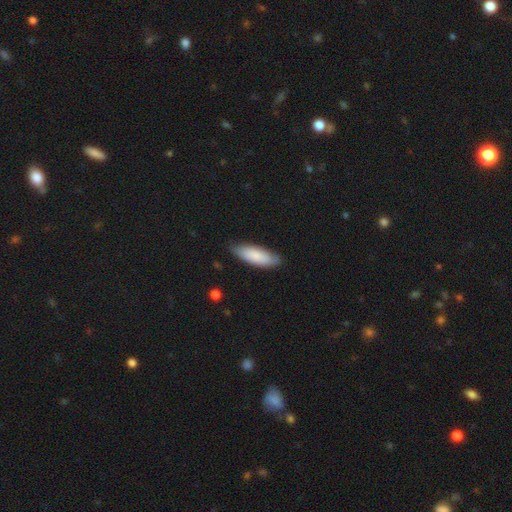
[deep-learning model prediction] smooth_or_featured: smooth (p=0.81) [alt: featured or disk p=0.13]
how_rounded: in between (p=0.65) [alt: cigar-shaped p=0.33]
merging: none (p=0.77) [alt: minor disturbance p=0.19]